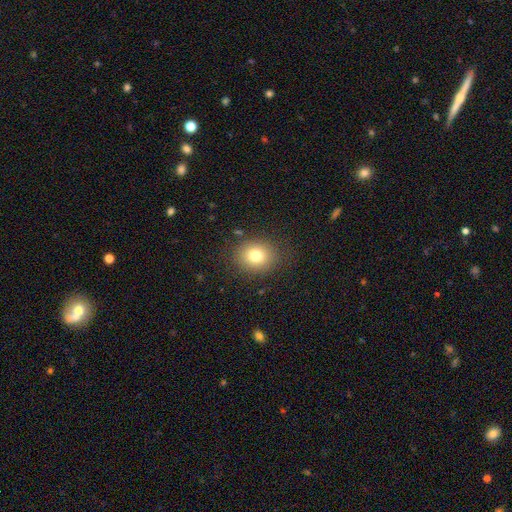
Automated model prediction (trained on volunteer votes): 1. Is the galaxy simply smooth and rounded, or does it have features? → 77% smooth, 12% star or artifact, 11% featured or disk.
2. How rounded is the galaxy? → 69% round, 30% in between, 1% cigar-shaped.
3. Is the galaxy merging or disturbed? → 85% none, 10% minor disturbance, 4% major disturbance, 1% merger.